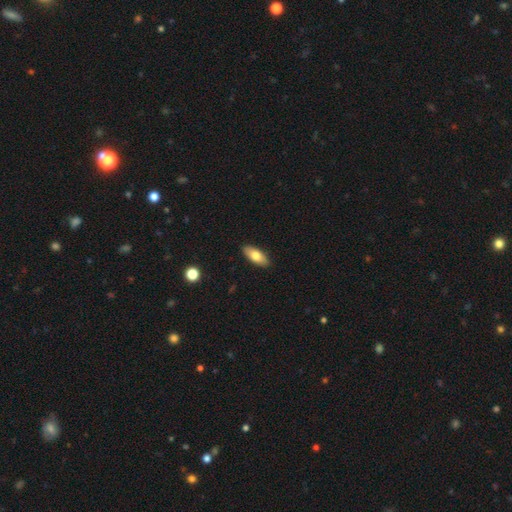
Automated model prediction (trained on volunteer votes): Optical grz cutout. It shows a smooth galaxy with no disk features (75%) that is in between round and cigar-shaped (84%). Merging: none (89%).